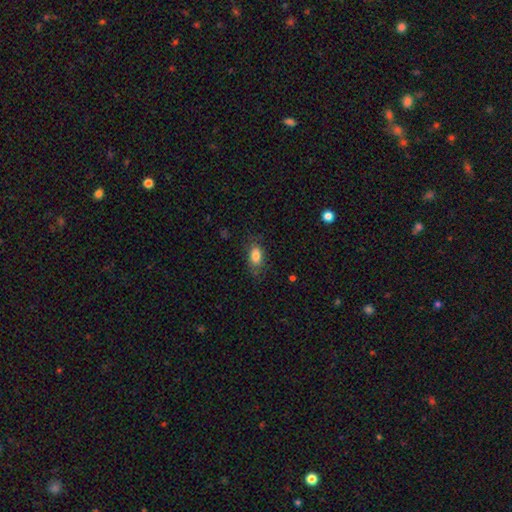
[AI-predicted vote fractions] A smooth galaxy with no disk features (83%) that is in between round and cigar-shaped (88%). Merging: none (75%).